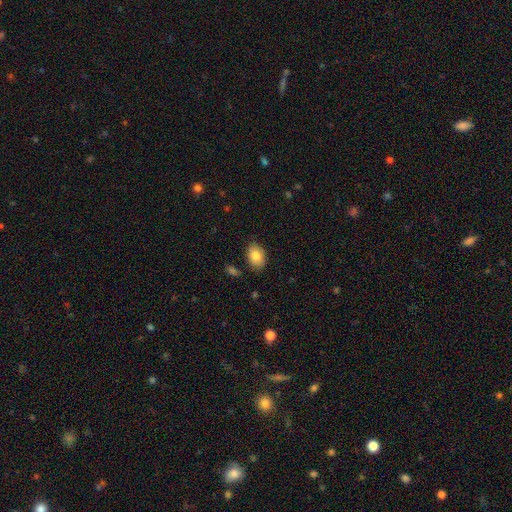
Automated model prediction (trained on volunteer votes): A smooth galaxy with no disk features (84%) that is in between round and cigar-shaped (86%). Merging: none (81%).